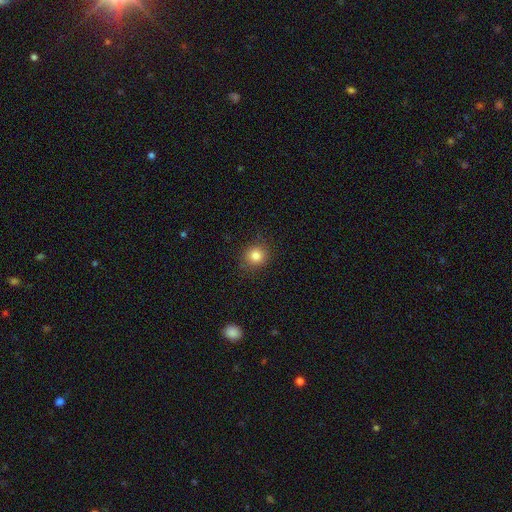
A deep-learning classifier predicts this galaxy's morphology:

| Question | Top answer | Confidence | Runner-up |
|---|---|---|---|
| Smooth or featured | smooth | 83% | star or artifact (11%) |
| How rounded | round | 88% | in between (11%) |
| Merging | none | 87% | minor disturbance (9%) |